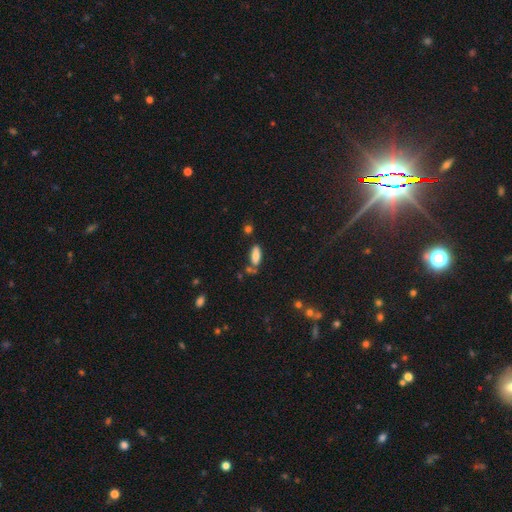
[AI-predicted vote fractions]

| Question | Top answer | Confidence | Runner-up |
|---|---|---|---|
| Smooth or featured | smooth | 79% | featured or disk (13%) |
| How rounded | in between | 78% | cigar-shaped (20%) |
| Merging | none | 66% | minor disturbance (17%) |